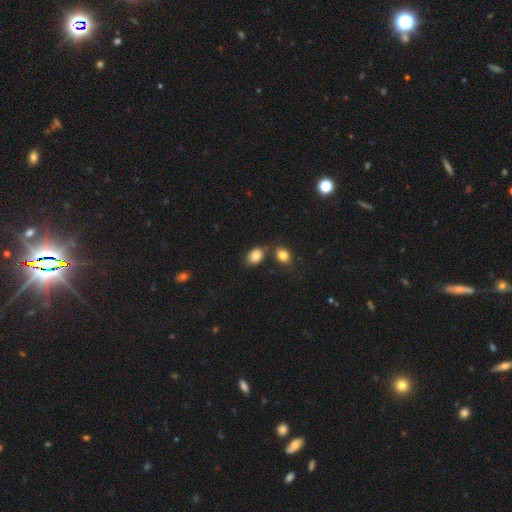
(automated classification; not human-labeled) This is clearly a smooth galaxy (83%). How rounded: likely in between (70%). Merging: likely none (61%).